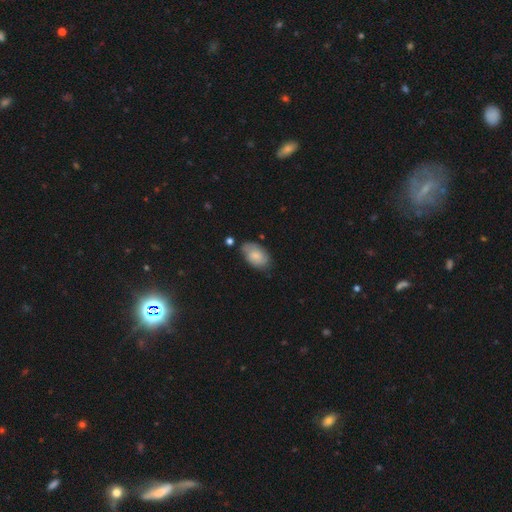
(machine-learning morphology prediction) This appears to be a smooth galaxy with no disk features (73%) that is in between round and cigar-shaped (92%). Merging: none (67%).